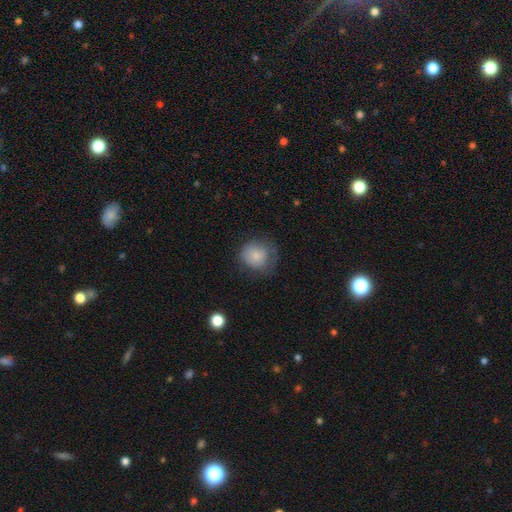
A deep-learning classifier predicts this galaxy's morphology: Smooth or featured: smooth — 79% (featured or disk — 13%)
How rounded: round — 82% (in between — 17%)
Merging: none — 56% (minor disturbance — 28%)